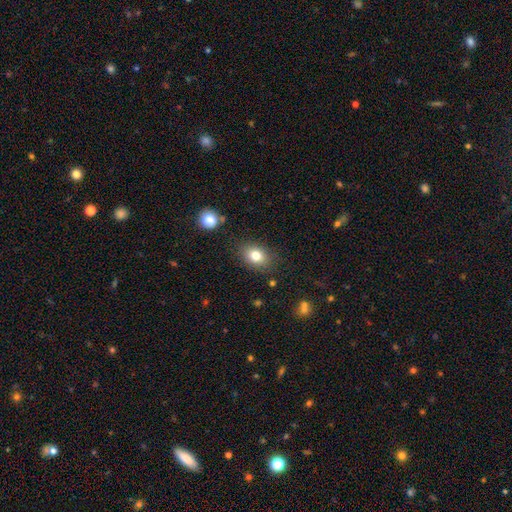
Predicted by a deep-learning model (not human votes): A smooth galaxy with no disk features (79%) that is in between round and cigar-shaped (66%).

Vote fractions:
- Smooth or featured? smooth: 79% / featured or disk: 10% / star or artifact: 10%
- How rounded? in between: 66% / round: 32% / cigar-shaped: 1%
- Merging? none: 83% / minor disturbance: 12% / major disturbance: 3% / merger: 2%